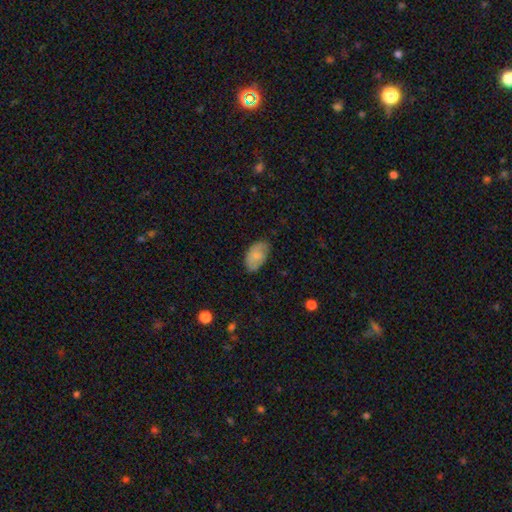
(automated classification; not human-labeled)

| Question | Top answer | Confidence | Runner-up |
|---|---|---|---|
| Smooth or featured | smooth | 78% | featured or disk (15%) |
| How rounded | in between | 93% | round (5%) |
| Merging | none | 74% | minor disturbance (21%) |